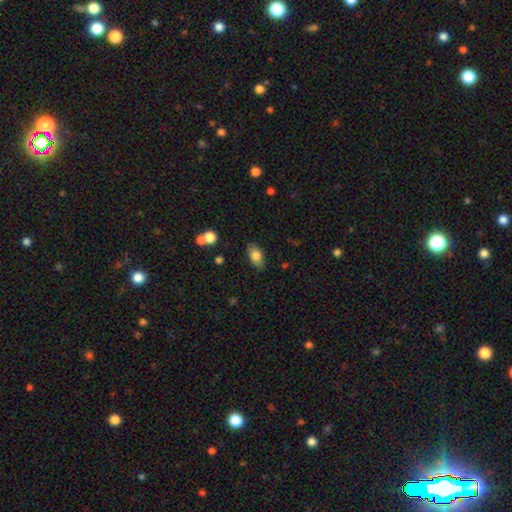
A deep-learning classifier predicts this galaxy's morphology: Overall: smooth (80%). How rounded: in between (90%). Merging: none (84%).